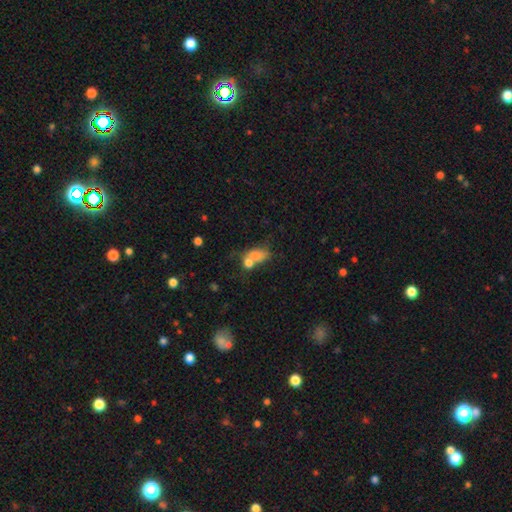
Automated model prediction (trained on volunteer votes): A smooth galaxy with no disk features (72%) that is in between round and cigar-shaped (77%). Merging: merger (40%).